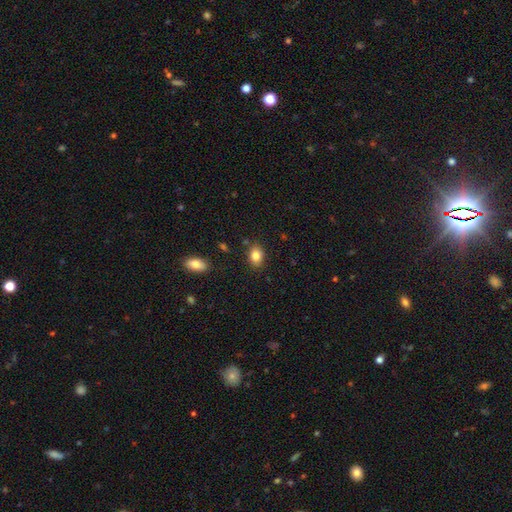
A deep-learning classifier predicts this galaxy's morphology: smooth 84%, star or artifact 9%, featured or disk 7%. Down the decision tree: how rounded — in between (73%); merging — none (84%).